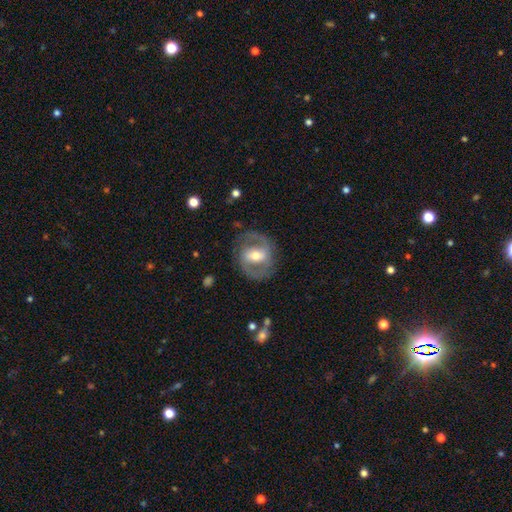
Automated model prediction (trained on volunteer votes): smooth-or-featured: featured or disk: 78% | smooth: 16% | star or artifact: 5%
  disk-edge-on: no: 96% | yes: 4%
    bar: weak: 41% | strong: 40% | no: 19%
    has-spiral-arms: yes: 82% | no: 18%
      spiral-winding: medium: 54% | tight: 27% | loose: 19%
      spiral-arm-count: 2: 88% | can't tell: 6% | 1: 3% | 3: 1% | 4: 1% | more than 4: 1%
    bulge-size: moderate: 65% | small: 25% | large: 8% | none: 1% | dominant: 1%
  merging: none: 79% | minor disturbance: 12% | major disturbance: 7% | merger: 1%